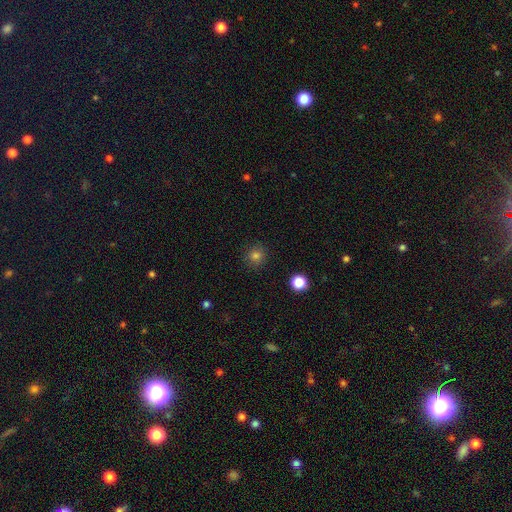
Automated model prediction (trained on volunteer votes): smooth 79%, star or artifact 15%, featured or disk 6%. Down the decision tree: how rounded — round (91%); merging — none (89%).